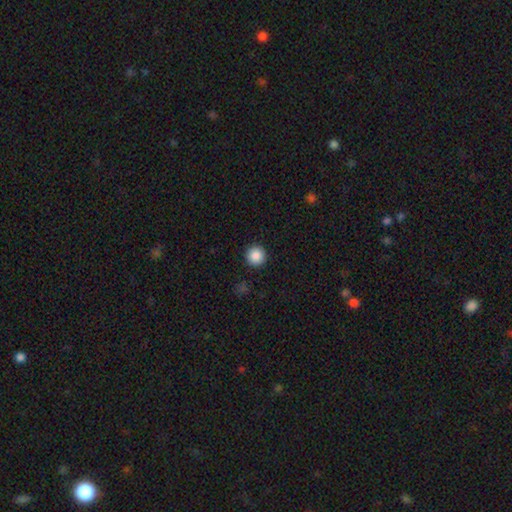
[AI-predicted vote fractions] Smooth or featured?
  - smooth: 88% *
  - star or artifact: 9%
  - featured or disk: 3%
How rounded?
  - round: 96% *
  - in between: 3%
  - cigar-shaped: 1%
Merging?
  - none: 93% *
  - minor disturbance: 4%
  - major disturbance: 2%
  - merger: 1%